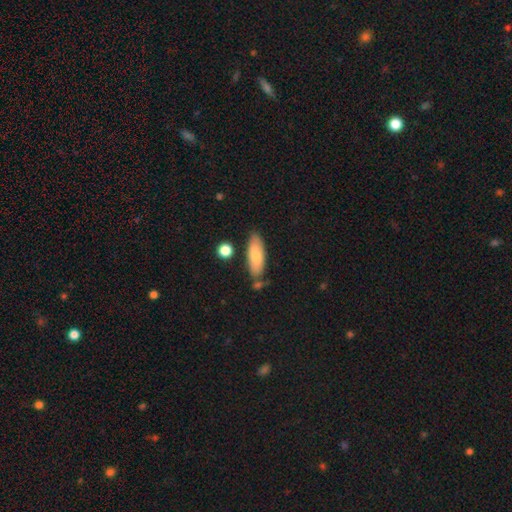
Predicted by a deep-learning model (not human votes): smooth-or-featured: smooth: 80% | featured or disk: 15% | star or artifact: 6%
  how-rounded: in between: 62% | cigar-shaped: 36% | round: 2%
  merging: none: 73% | minor disturbance: 16% | merger: 8% | major disturbance: 3%